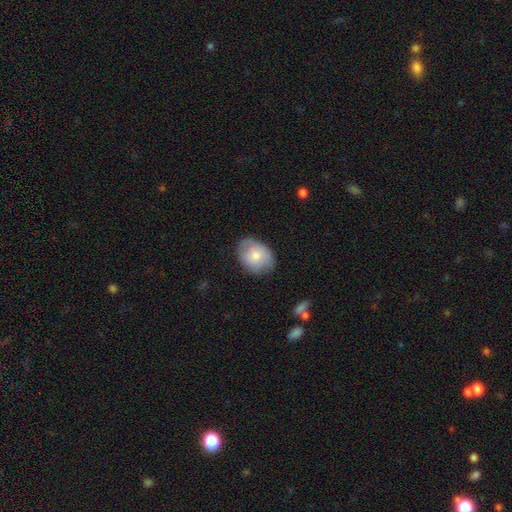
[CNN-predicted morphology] This appears to be a smooth galaxy with no disk features (67%) that is in between round and cigar-shaped (60%). Merging: none (70%).